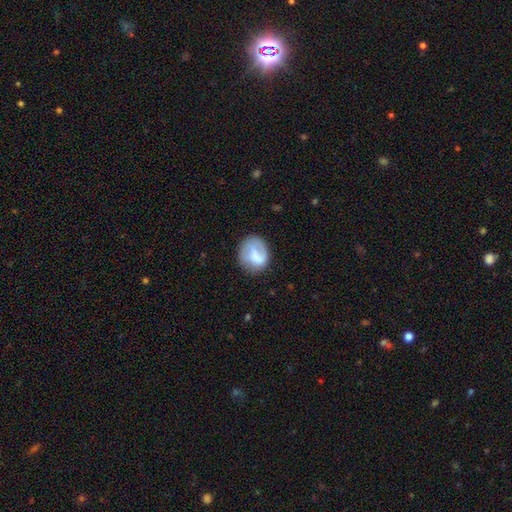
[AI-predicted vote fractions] Morphology: type=smooth (63%); roundness=round (63%); merging=none (64%).